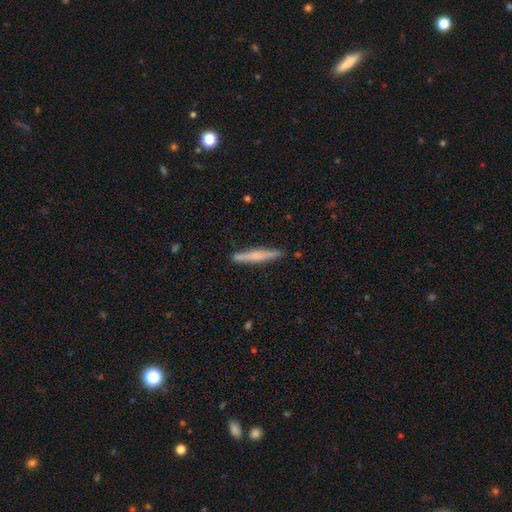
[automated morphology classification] Smooth or featured? smooth (51%)
How rounded? cigar-shaped (95%)
Merging? none (88%)